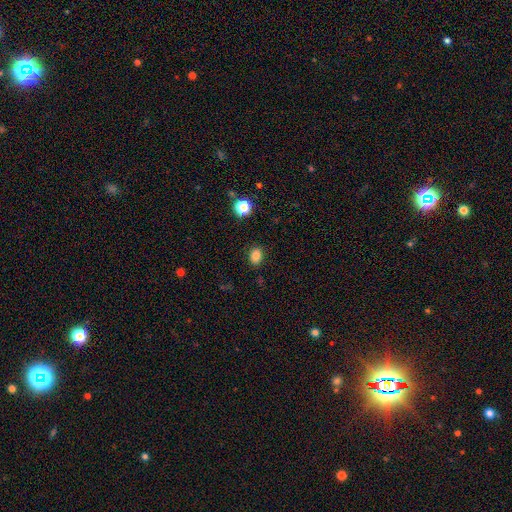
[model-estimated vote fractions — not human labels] A smooth galaxy with no disk features (83%) that is in between round and cigar-shaped (65%). Merging: none (86%).